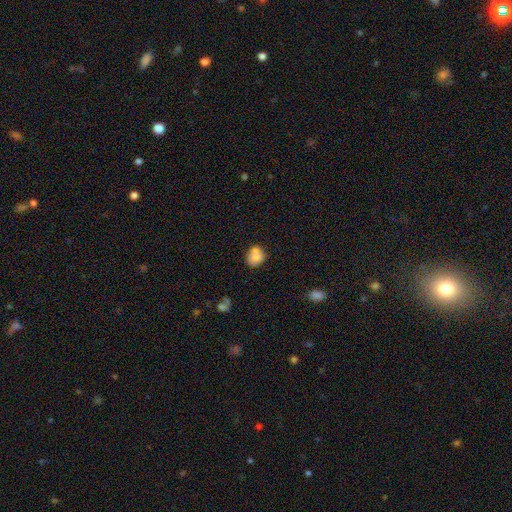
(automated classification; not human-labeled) Smooth or featured? Predicted: smooth (p=0.75). How rounded? Predicted: round (p=0.63). Merging? Predicted: none (p=0.47).